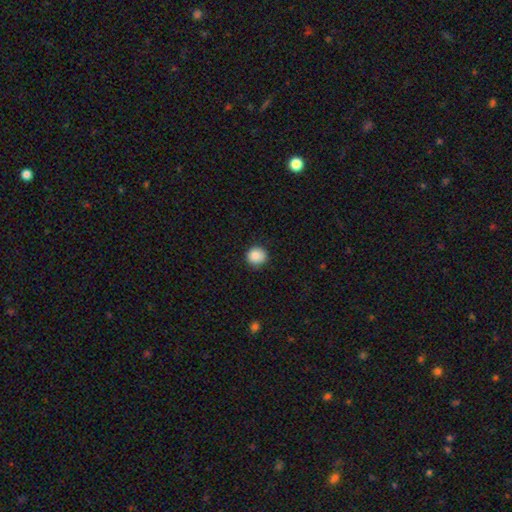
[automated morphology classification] Smooth or featured?
  - smooth: 87% *
  - star or artifact: 9%
  - featured or disk: 4%
How rounded?
  - round: 91% *
  - in between: 8%
  - cigar-shaped: 1%
Merging?
  - none: 87% *
  - minor disturbance: 10%
  - major disturbance: 2%
  - merger: 1%